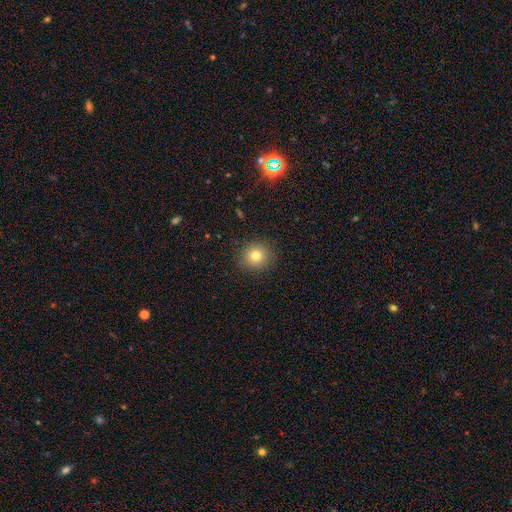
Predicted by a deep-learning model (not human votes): Smooth or featured: smooth — 79% (star or artifact — 13%)
How rounded: round — 91% (in between — 8%)
Merging: none — 91% (minor disturbance — 6%)